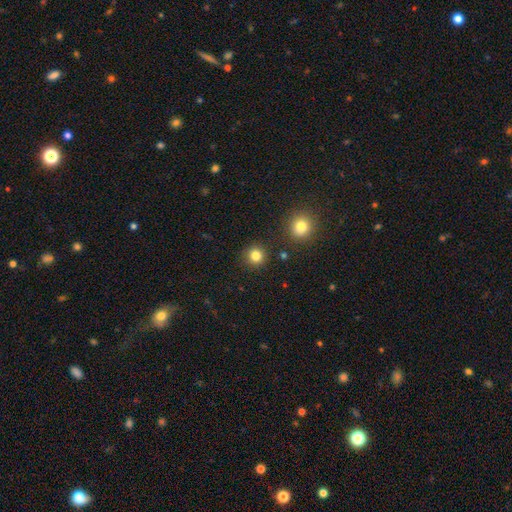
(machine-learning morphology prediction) Smooth or featured? smooth (83%)
How rounded? round (92%)
Merging? none (88%)